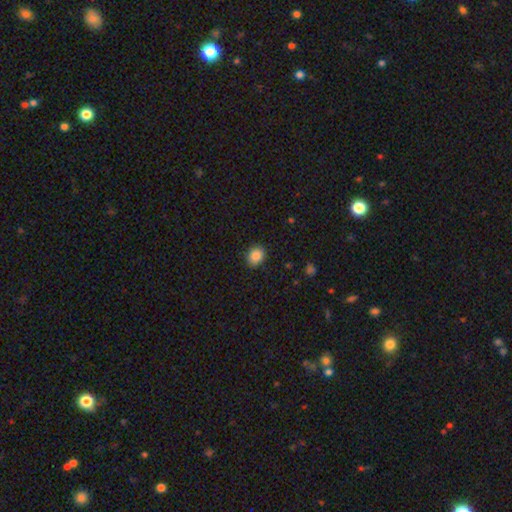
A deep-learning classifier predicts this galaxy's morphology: Smooth or featured: smooth — 88% (star or artifact — 9%)
How rounded: round — 57% (in between — 42%)
Merging: none — 89% (minor disturbance — 8%)